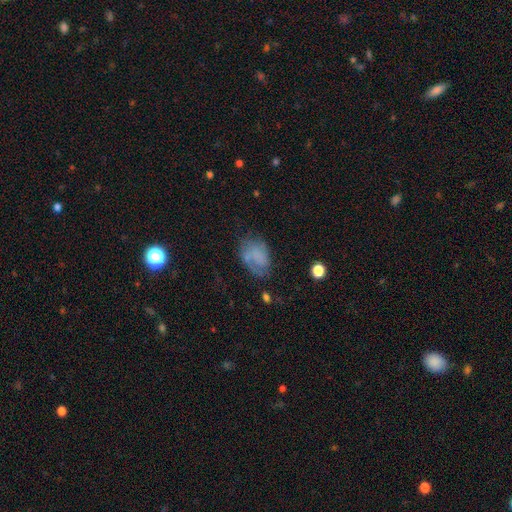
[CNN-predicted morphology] This appears to be a smooth galaxy with no disk features (54%) that is in between round and cigar-shaped (80%). Merging: none (48%).